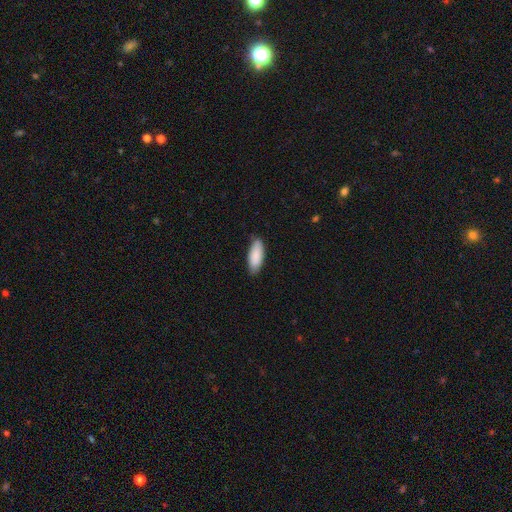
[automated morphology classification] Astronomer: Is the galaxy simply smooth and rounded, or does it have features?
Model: smooth — 89%.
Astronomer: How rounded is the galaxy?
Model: in between — 76%.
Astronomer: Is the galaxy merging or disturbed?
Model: none — 82%.